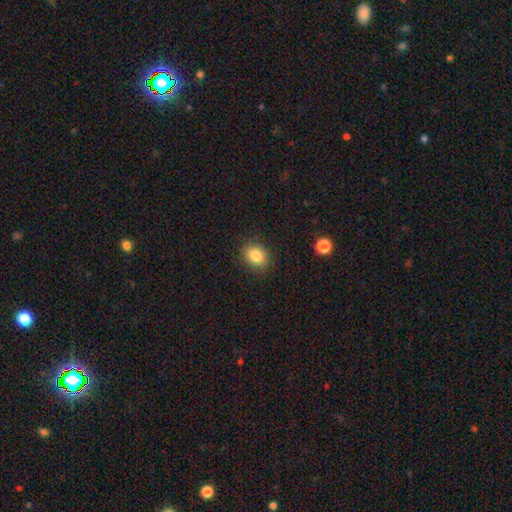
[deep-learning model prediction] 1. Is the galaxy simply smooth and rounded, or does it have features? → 84% smooth, 9% star or artifact, 6% featured or disk.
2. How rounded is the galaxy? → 61% in between, 37% round, 1% cigar-shaped.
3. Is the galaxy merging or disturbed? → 86% none, 10% minor disturbance, 3% major disturbance, 1% merger.